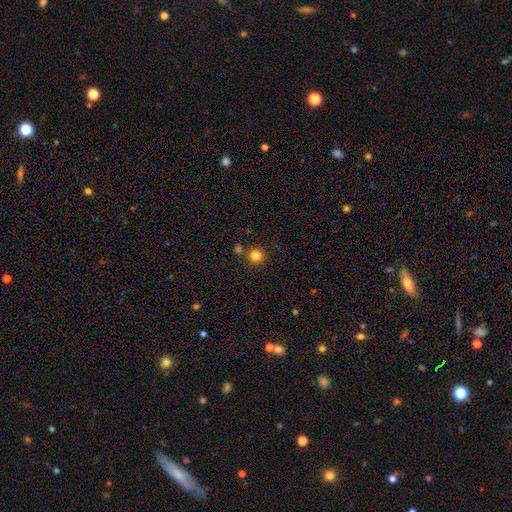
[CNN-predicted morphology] A smooth galaxy with no disk features (82%) that is round (94%).

Vote fractions:
- Smooth or featured? smooth: 82% / star or artifact: 13% / featured or disk: 5%
- How rounded? round: 94% / in between: 5% / cigar-shaped: 1%
- Merging? none: 79% / merger: 12% / minor disturbance: 7% / major disturbance: 2%